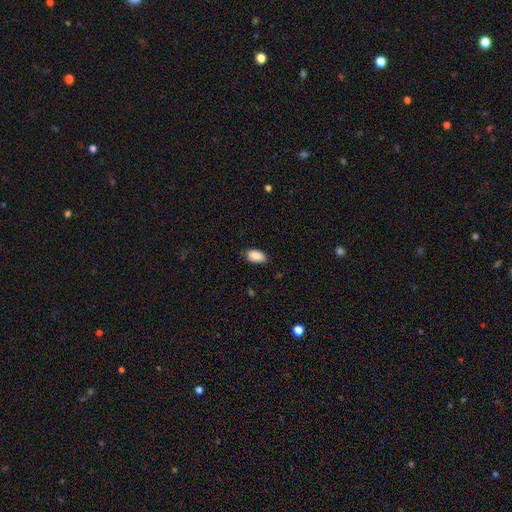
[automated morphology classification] Smooth or featured: smooth — 89% (star or artifact — 7%)
How rounded: in between — 94% (round — 4%)
Merging: none — 81% (minor disturbance — 16%)